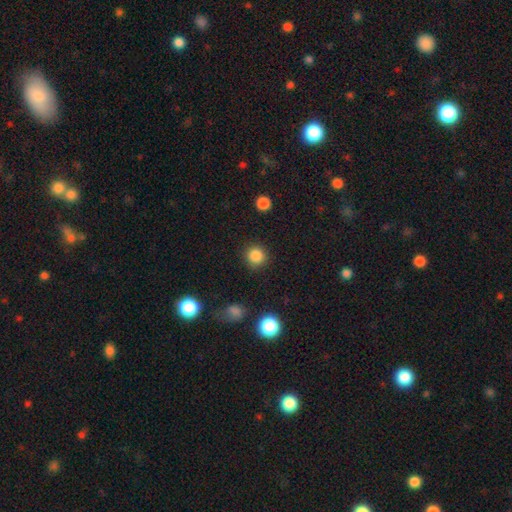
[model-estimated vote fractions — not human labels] smooth 85%, star or artifact 11%, featured or disk 4%. Down the decision tree: how rounded — round (93%); merging — none (89%).